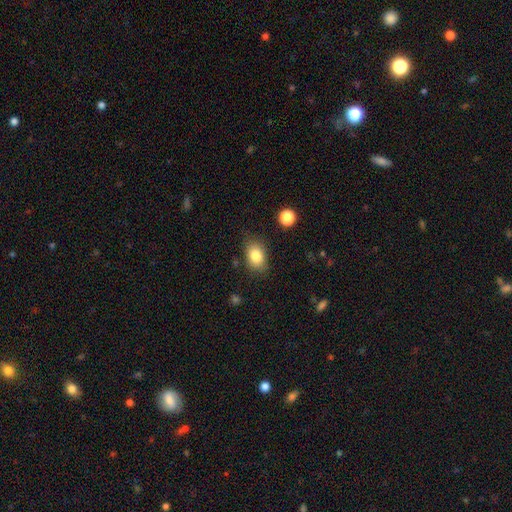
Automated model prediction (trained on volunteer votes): A smooth galaxy with no disk features (83%) that is in between round and cigar-shaped (80%). Merging: none (80%).